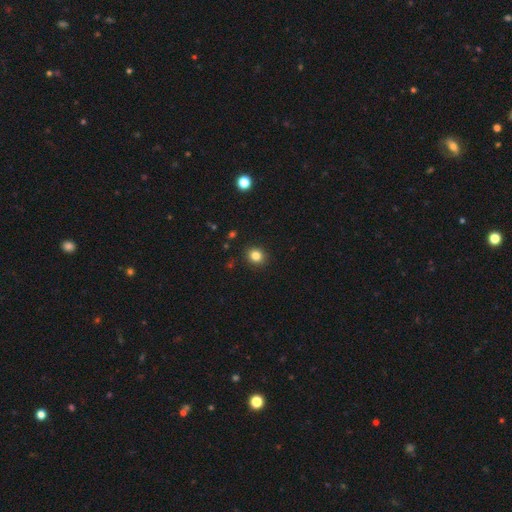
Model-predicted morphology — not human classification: smooth_or_featured: smooth (p=0.83) [alt: star or artifact p=0.12]
how_rounded: round (p=0.79) [alt: in between p=0.20]
merging: none (p=0.91) [alt: minor disturbance p=0.06]